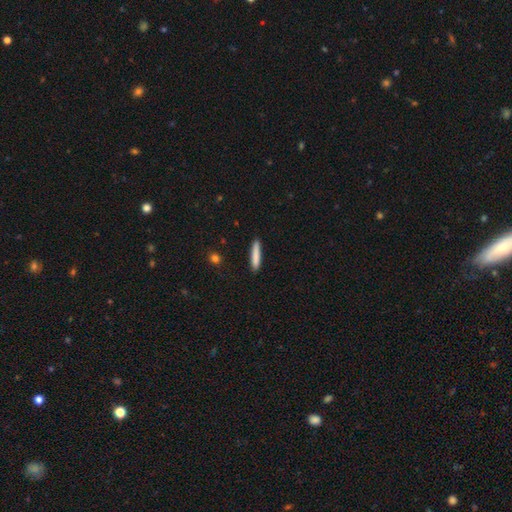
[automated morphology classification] The model was most divided on "smooth or featured": smooth: 83%, featured or disk: 11%, star or artifact: 6%. More confident: how rounded — cigar-shaped (92%); merging — none (88%).